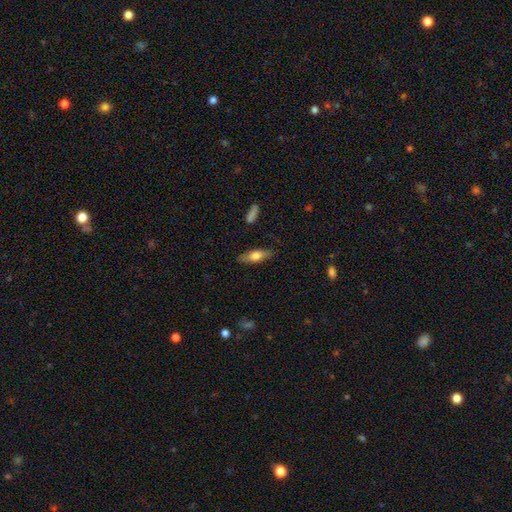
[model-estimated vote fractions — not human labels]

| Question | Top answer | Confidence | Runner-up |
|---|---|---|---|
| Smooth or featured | smooth | 59% | featured or disk (35%) |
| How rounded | in between | 55% | cigar-shaped (42%) |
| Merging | none | 83% | minor disturbance (12%) |